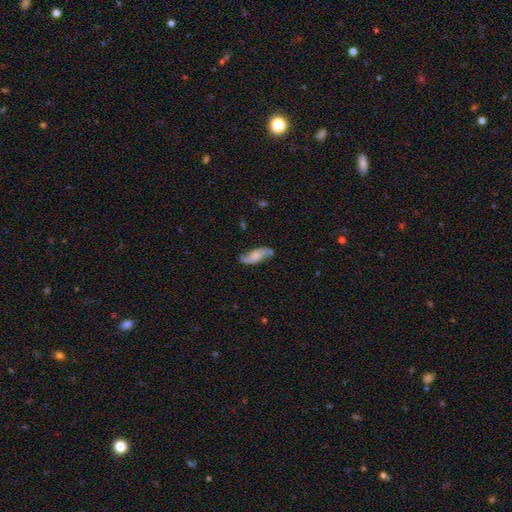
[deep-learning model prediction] Q: Smooth or featured?
A: featured or disk (66%); runner-up: smooth (27%)
Q: Edge-on disk?
A: no (91%); runner-up: yes (9%)
Q: Bar?
A: no (61%); runner-up: weak (31%)
Q: Spiral arms?
A: yes (93%); runner-up: no (7%)
Q: Spiral winding?
A: loose (59%); runner-up: medium (31%)
Q: Spiral arm count?
A: 2 (91%); runner-up: can't tell (4%)
Q: Bulge size?
A: none (40%); runner-up: small (22%)
Q: Merging?
A: none (72%); runner-up: minor disturbance (18%)